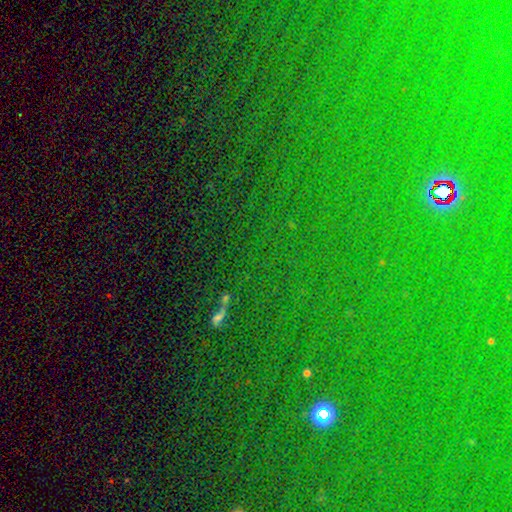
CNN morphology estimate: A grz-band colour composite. It shows a star or artifact, not a galaxy (77%).